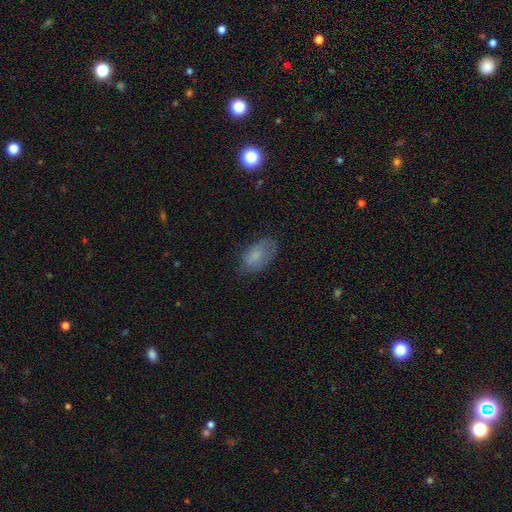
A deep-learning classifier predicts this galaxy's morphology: Smooth or featured?
  - smooth: 77% *
  - featured or disk: 14%
  - star or artifact: 9%
How rounded?
  - in between: 92% *
  - round: 5%
  - cigar-shaped: 3%
Merging?
  - none: 65% *
  - minor disturbance: 25%
  - major disturbance: 9%
  - merger: 1%